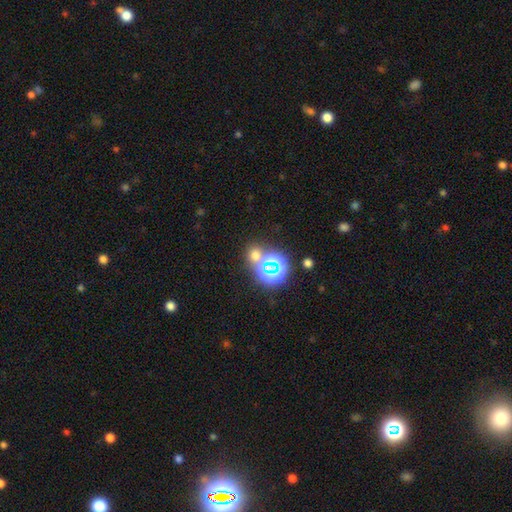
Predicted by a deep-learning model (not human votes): smooth 53%, star or artifact 40%, featured or disk 7%. Down the decision tree: how rounded — round (83%); merging — none (67%).